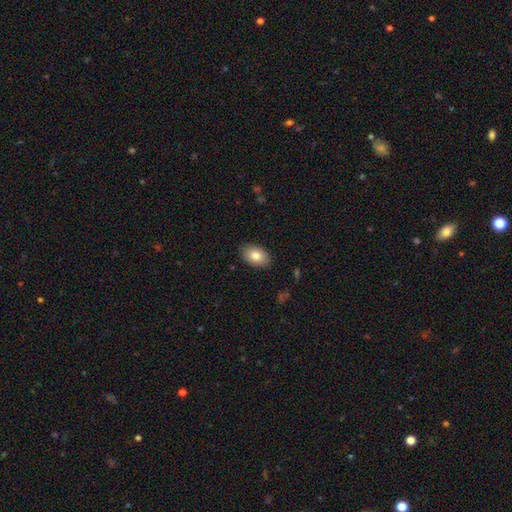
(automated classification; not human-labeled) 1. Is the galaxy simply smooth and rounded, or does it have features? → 82% smooth, 11% featured or disk, 7% star or artifact.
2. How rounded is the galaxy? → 89% in between, 10% round, 1% cigar-shaped.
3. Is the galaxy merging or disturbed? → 87% none, 10% minor disturbance, 2% major disturbance, 1% merger.